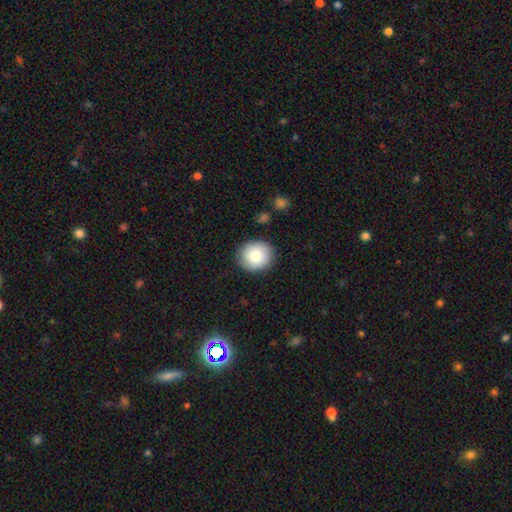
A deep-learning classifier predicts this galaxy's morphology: A smooth galaxy with no disk features (82%) that is round (82%).

Vote fractions:
- Smooth or featured? smooth: 82% / featured or disk: 11% / star or artifact: 7%
- How rounded? round: 82% / in between: 17% / cigar-shaped: 1%
- Merging? none: 87% / minor disturbance: 9% / major disturbance: 2% / merger: 2%